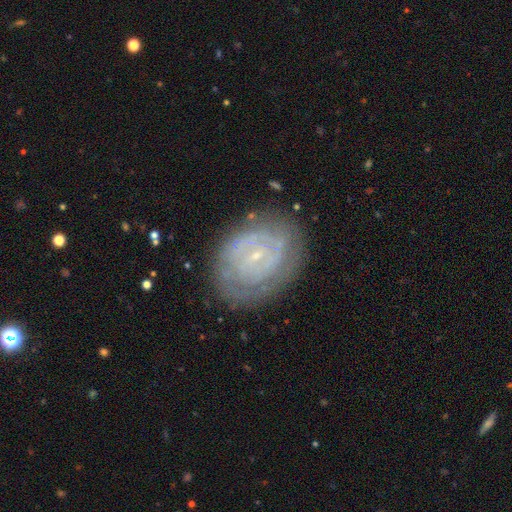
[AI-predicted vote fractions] featured or disk 78%, smooth 15%, star or artifact 7%. Down the decision tree: edge-on disk — no (97%); bar — no (57%); spiral arms — yes (87%); spiral arm count — can't tell (43%); spiral winding — tight (75%); bulge size — small (87%); merging — none (77%).